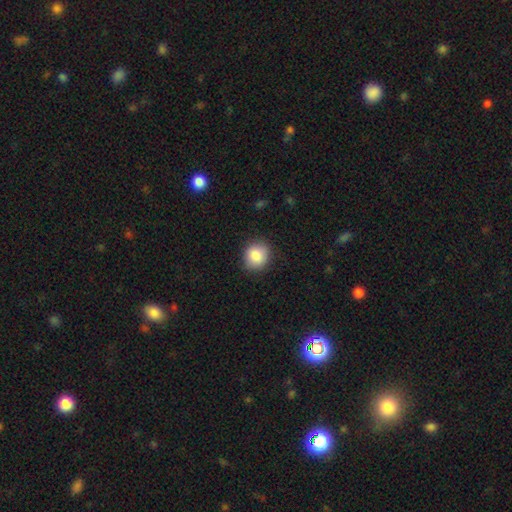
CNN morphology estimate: smooth_or_featured: smooth (p=0.87) [alt: star or artifact p=0.08]
how_rounded: round (p=0.76) [alt: in between p=0.23]
merging: none (p=0.85) [alt: minor disturbance p=0.11]